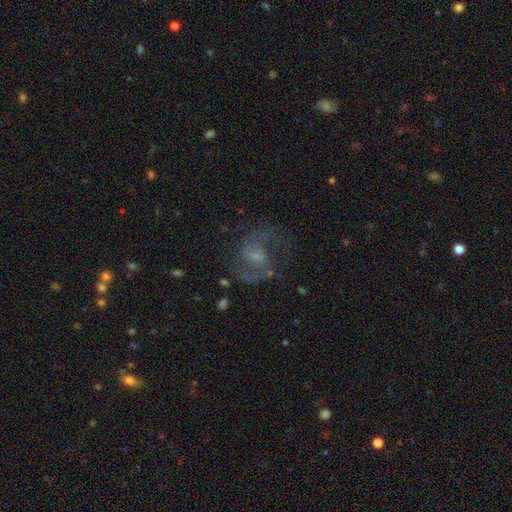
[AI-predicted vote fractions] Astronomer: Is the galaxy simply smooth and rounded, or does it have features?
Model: featured or disk — 76%.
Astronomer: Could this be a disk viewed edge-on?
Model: no — 98%.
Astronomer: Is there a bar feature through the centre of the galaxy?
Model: weak — 45%, tied with no at 45%.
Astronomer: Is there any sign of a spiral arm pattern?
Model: yes — 94%.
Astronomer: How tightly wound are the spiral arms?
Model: medium — 56%.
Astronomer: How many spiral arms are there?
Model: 2 — 88%.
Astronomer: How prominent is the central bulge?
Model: small — 46% (runner-up: moderate, 36%).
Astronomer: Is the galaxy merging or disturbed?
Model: none — 73%.